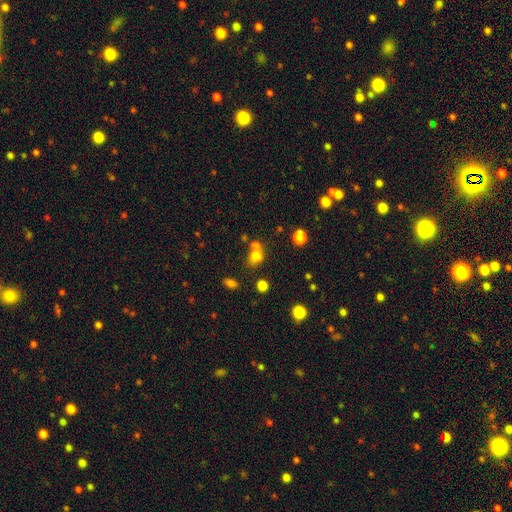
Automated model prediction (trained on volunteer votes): This appears to be a smooth galaxy with no disk features (73%) that is round (54%). Merging: none (43%).